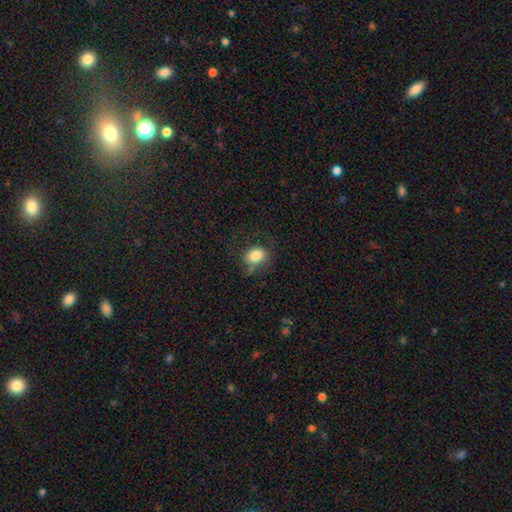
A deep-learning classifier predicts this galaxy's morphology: smooth_or_featured: smooth (p=0.82) [alt: featured or disk p=0.09]
how_rounded: in between (p=0.63) [alt: round p=0.36]
merging: none (p=0.64) [alt: minor disturbance p=0.21]